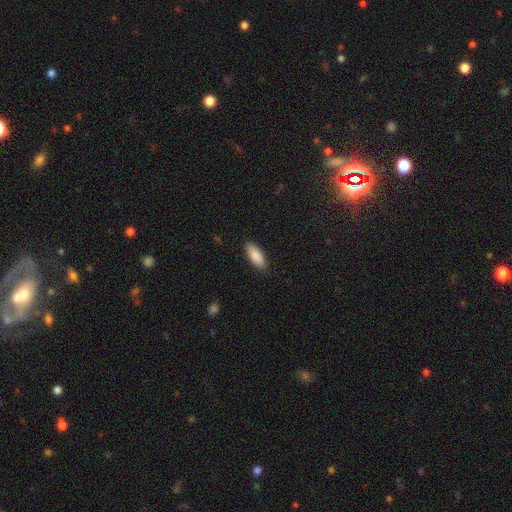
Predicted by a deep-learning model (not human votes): Smooth or featured?
  - smooth: 89% *
  - star or artifact: 6%
  - featured or disk: 5%
How rounded?
  - in between: 78% *
  - cigar-shaped: 20%
  - round: 2%
Merging?
  - none: 87% *
  - minor disturbance: 10%
  - major disturbance: 2%
  - merger: 1%